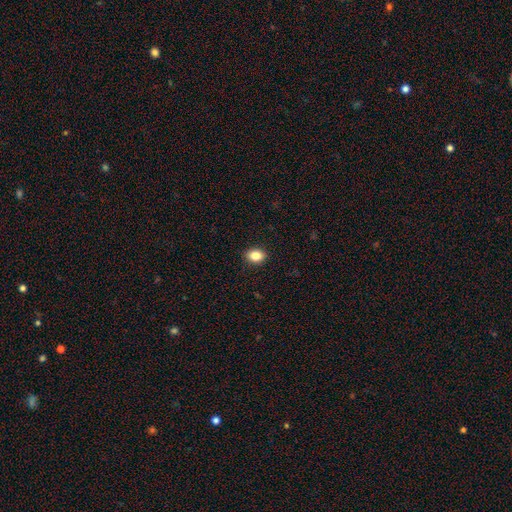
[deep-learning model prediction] Overall: smooth (85%). How rounded: in between (64%; round 35%). Merging: none (90%).